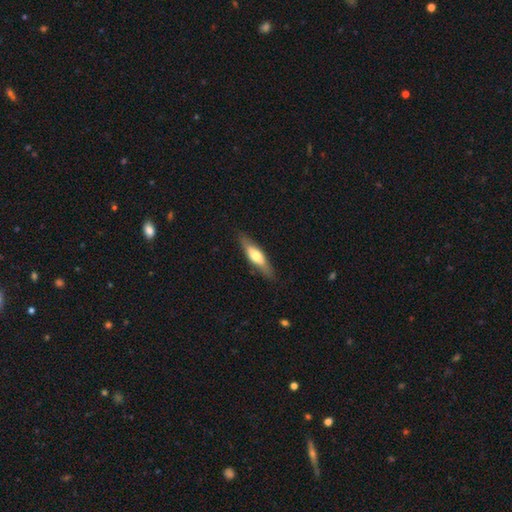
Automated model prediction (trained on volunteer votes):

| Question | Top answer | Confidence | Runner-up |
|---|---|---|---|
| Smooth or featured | smooth | 51% | featured or disk (43%) |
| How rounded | cigar-shaped | 63% | in between (35%) |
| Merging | none | 84% | minor disturbance (12%) |